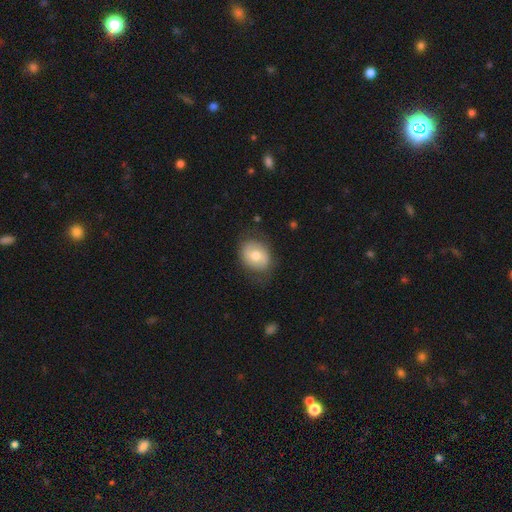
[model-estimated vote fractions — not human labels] Overall: smooth (63%; featured or disk 31%). How rounded: in between (55%; round 44%). Merging: none (75%).